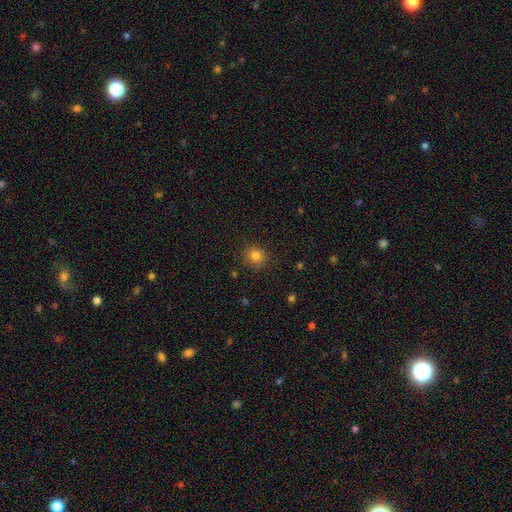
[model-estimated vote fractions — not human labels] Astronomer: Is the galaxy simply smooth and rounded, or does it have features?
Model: smooth — 82%.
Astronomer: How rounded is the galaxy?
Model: round — 83%.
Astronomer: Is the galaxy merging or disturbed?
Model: none — 86%.